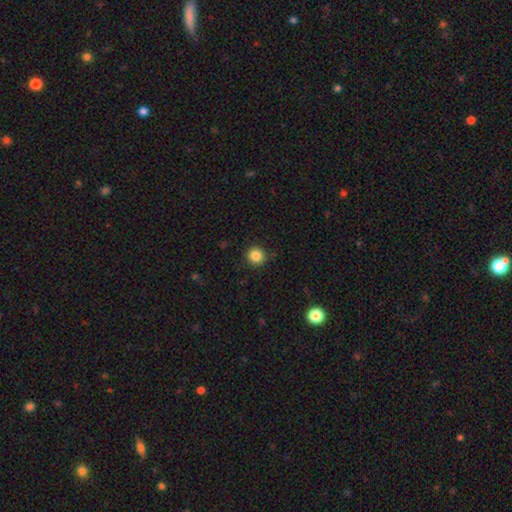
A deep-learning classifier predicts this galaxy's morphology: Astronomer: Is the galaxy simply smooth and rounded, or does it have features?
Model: smooth — 85%.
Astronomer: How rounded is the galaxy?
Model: round — 95%.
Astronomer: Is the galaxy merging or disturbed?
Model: none — 88%.